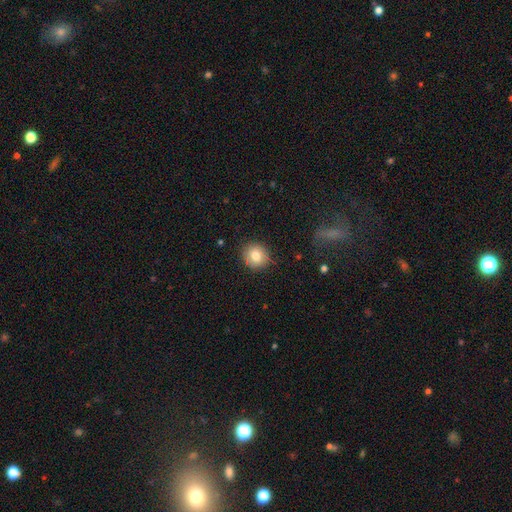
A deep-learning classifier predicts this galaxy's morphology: Smooth or featured? smooth (80%)
How rounded? round (82%)
Merging? none (84%)